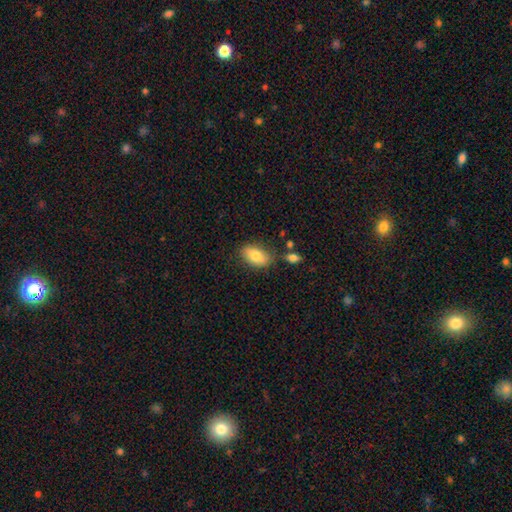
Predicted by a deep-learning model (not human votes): Smooth or featured: smooth — 79% (featured or disk — 14%)
How rounded: in between — 92% (round — 6%)
Merging: none — 73% (minor disturbance — 17%)